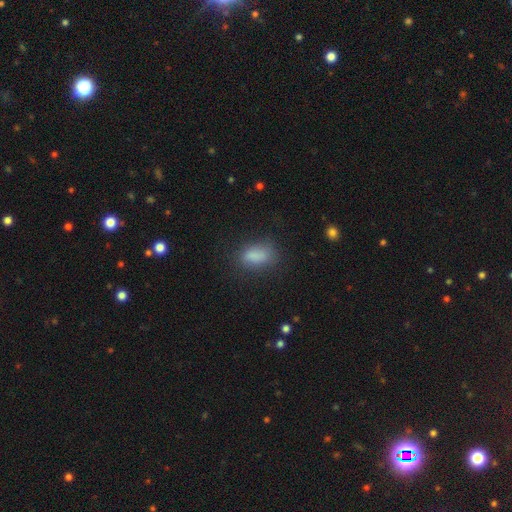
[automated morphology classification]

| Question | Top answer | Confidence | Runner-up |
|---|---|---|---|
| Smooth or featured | smooth | 82% | star or artifact (10%) |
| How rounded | in between | 86% | round (8%) |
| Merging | none | 66% | minor disturbance (22%) |